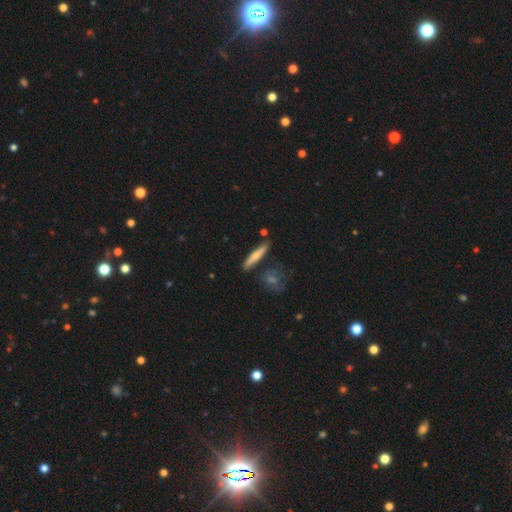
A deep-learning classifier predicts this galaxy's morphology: Smooth or featured? Predicted: smooth (p=0.56). How rounded? Predicted: cigar-shaped (p=0.88). Merging? Predicted: none (p=0.80).